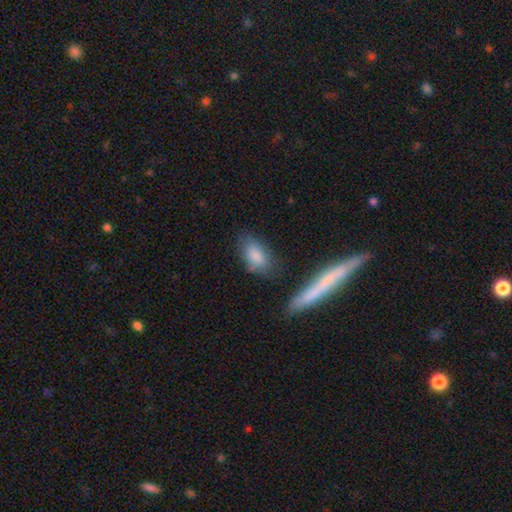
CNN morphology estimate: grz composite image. It shows a smooth galaxy with no disk features (84%) that is in between round and cigar-shaped (89%). Merging: none (58%).